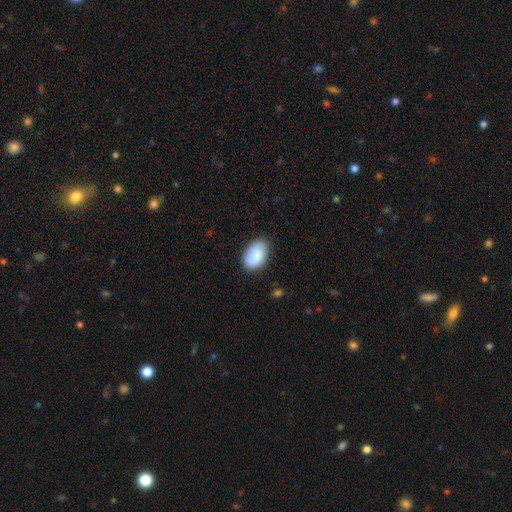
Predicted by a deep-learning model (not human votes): smooth_or_featured: smooth (p=0.81) [alt: featured or disk p=0.12]
how_rounded: in between (p=0.90) [alt: round p=0.09]
merging: none (p=0.77) [alt: minor disturbance p=0.18]